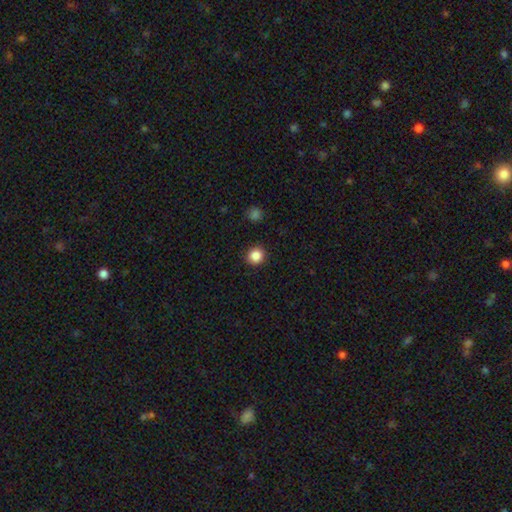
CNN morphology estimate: Overall: smooth (86%). How rounded: round (92%). Merging: none (92%).